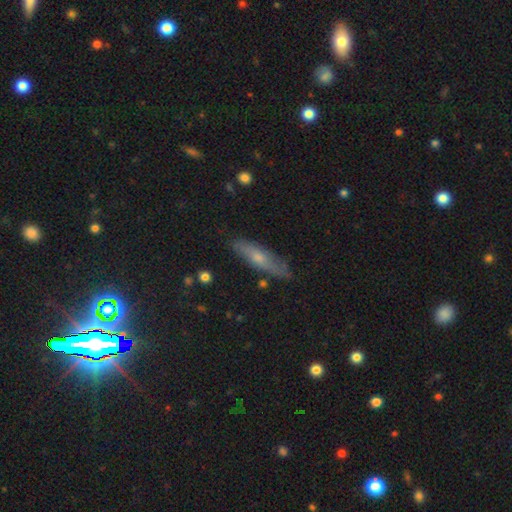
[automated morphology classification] This is marginally a featured or disk galaxy (44%). Merging: clearly none (83%).